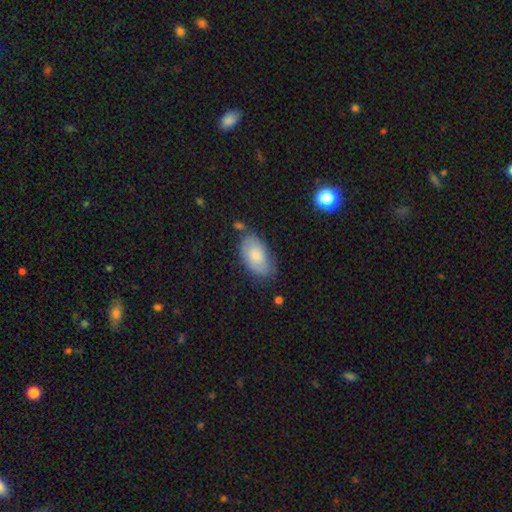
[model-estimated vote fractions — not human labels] A smooth galaxy with no disk features (70%) that is in between round and cigar-shaped (94%). Merging: none (65%).